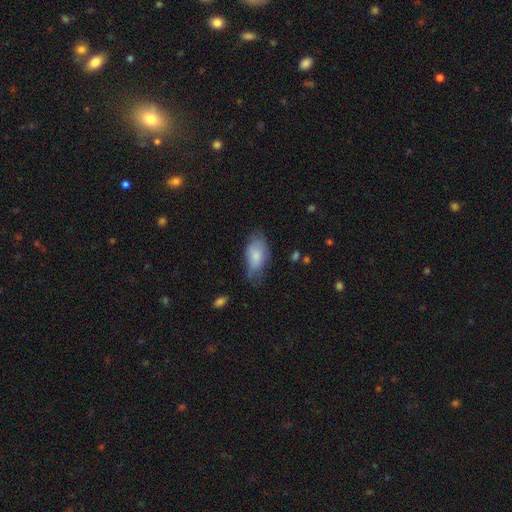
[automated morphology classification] The model was most divided on "merging": none: 48%, minor disturbance: 37%, major disturbance: 13%, merger: 2%. More confident: how rounded — in between (92%); smooth or featured — smooth (77%).